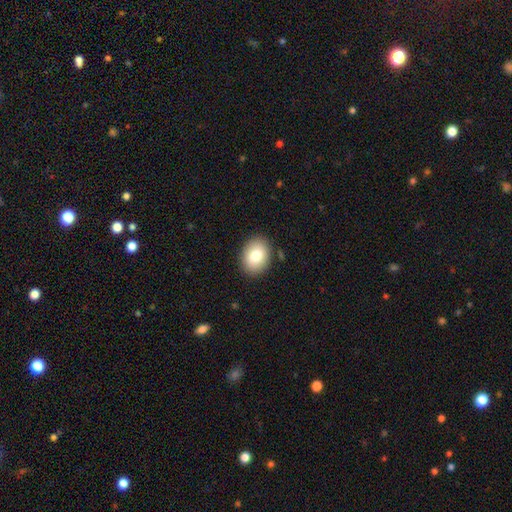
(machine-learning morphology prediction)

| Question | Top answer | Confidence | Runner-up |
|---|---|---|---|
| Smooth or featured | smooth | 80% | featured or disk (12%) |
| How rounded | in between | 67% | round (32%) |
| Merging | none | 88% | minor disturbance (8%) |